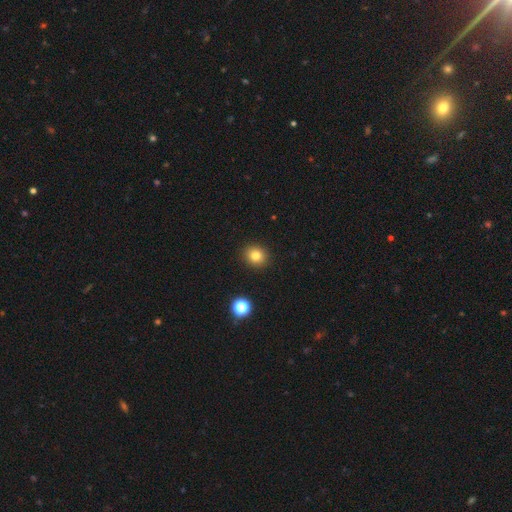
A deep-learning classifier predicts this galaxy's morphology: This is likely a smooth galaxy (80%). How rounded: clearly round (84%). Merging: clearly none (92%).